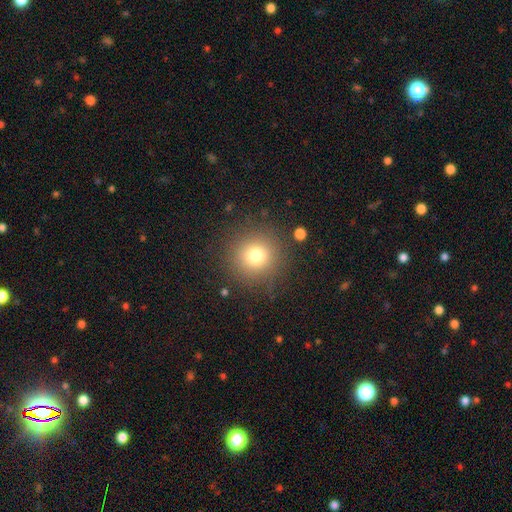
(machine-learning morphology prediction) This appears to be a smooth galaxy with no disk features (75%) that is round (94%). Merging: none (86%).